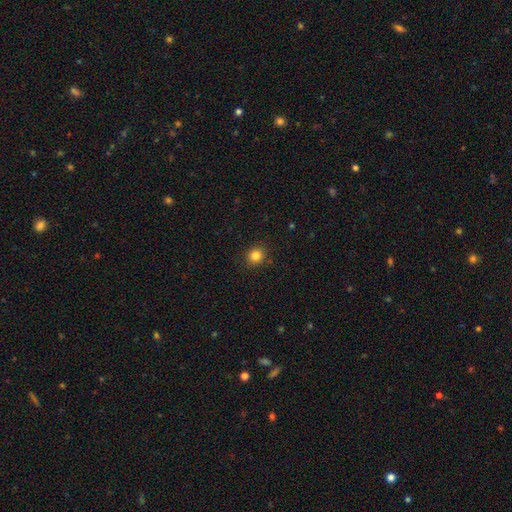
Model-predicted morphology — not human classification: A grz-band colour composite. It shows a smooth galaxy with no disk features (83%) that is round (86%). Merging: none (90%).